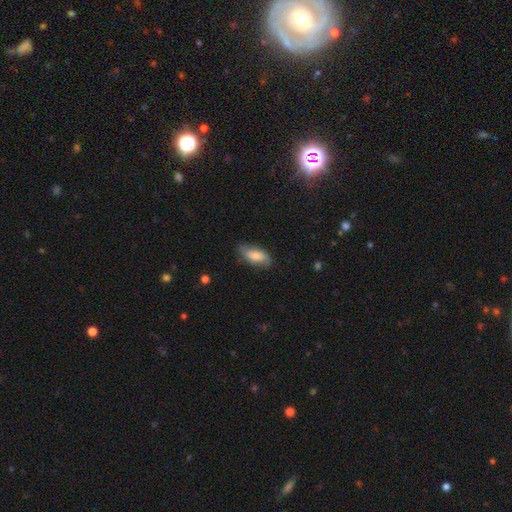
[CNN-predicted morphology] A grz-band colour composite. It shows a smooth galaxy with no disk features (74%) that is in between round and cigar-shaped (85%). Merging: none (71%).